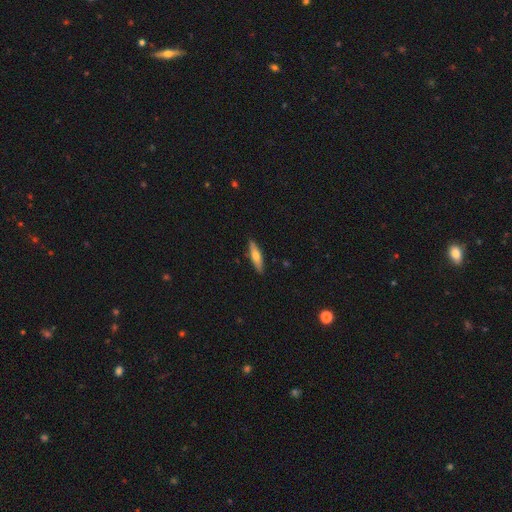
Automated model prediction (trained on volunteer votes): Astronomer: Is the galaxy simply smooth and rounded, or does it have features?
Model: smooth — 60%.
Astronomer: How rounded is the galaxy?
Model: cigar-shaped — 70%.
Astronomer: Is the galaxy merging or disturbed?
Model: none — 89%.